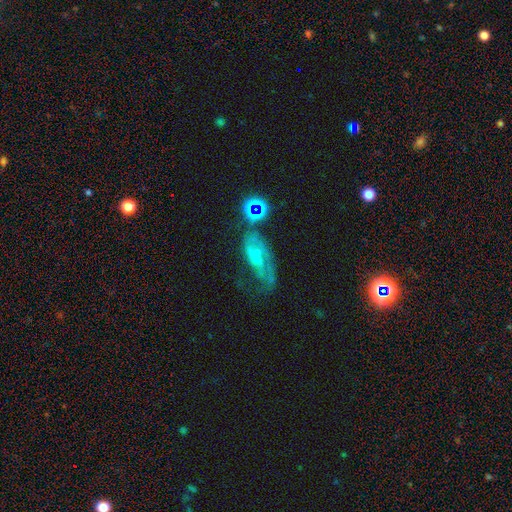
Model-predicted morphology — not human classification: A featured or disk galaxy (58%) with no bar (54%), spiral arms (75%) and a small central bulge (47%).

Vote fractions:
- Smooth or featured? featured or disk: 58% / smooth: 23% / star or artifact: 19%
- Edge-on disk? no: 91% / yes: 9%
- Bar? no: 54% / weak: 36% / strong: 10%
- Spiral arms? yes: 75% / no: 25%
- Bulge size? small: 47% / moderate: 26% / none: 21% / large: 4% / dominant: 2%
- Merging? none: 35% / major disturbance: 32% / minor disturbance: 23% / merger: 10%